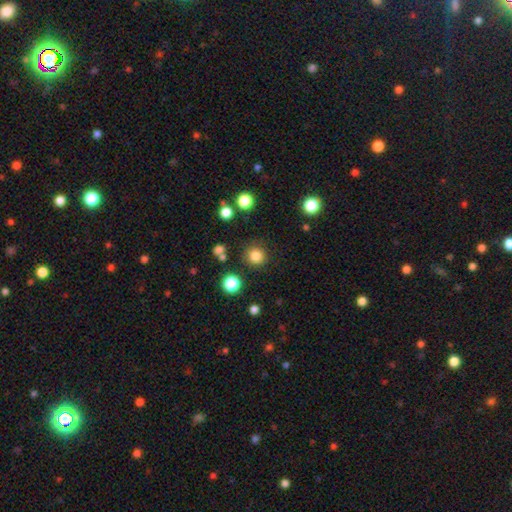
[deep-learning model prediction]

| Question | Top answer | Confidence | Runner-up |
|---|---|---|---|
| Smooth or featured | smooth | 82% | star or artifact (13%) |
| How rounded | round | 94% | in between (5%) |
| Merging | none | 86% | minor disturbance (7%) |